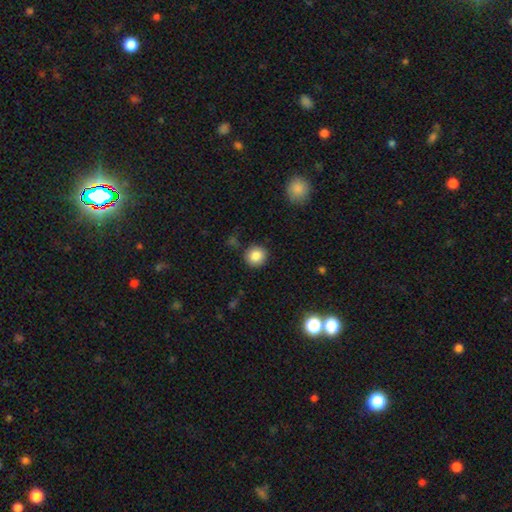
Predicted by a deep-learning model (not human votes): smooth 85%, star or artifact 10%, featured or disk 6%. Down the decision tree: how rounded — round (91%); merging — none (87%).